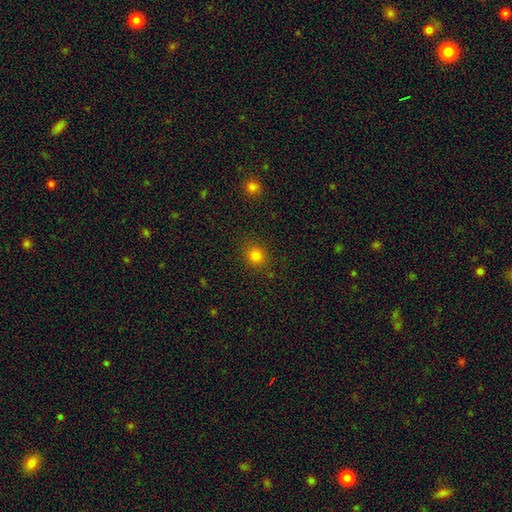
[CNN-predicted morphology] This appears to be a smooth galaxy with no disk features (81%) that is round (83%). Merging: none (86%).